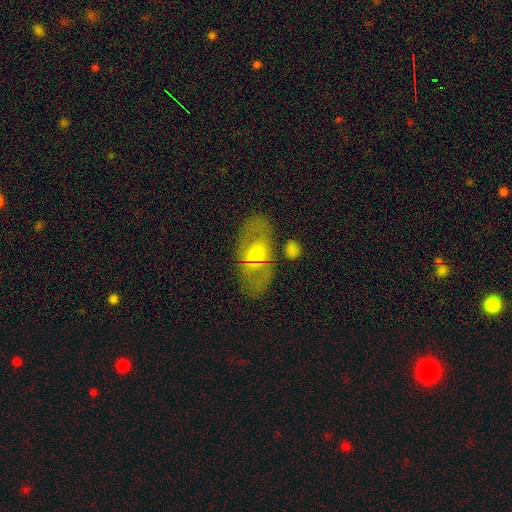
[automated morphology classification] This is possibly a featured or disk galaxy (47%). Merging: likely none (75%).